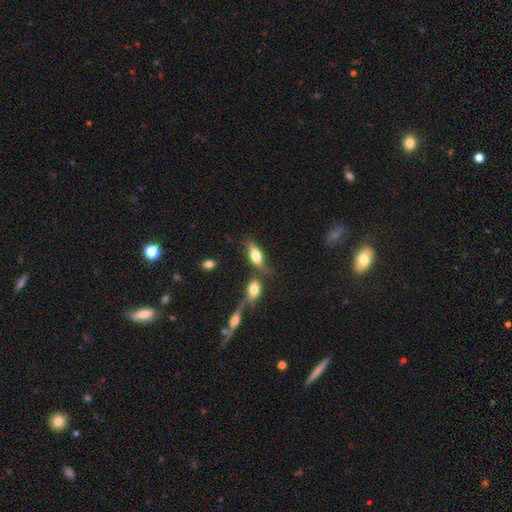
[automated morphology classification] This appears to be a smooth galaxy with no disk features (63%) that is in between round and cigar-shaped (76%). Merging: none (46%).